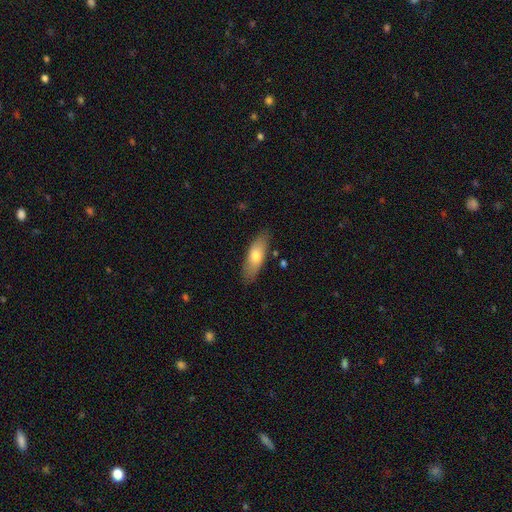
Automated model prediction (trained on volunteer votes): Q: Smooth or featured?
A: smooth (71%); runner-up: featured or disk (23%)
Q: How rounded?
A: in between (69%); runner-up: cigar-shaped (29%)
Q: Merging?
A: none (84%); runner-up: minor disturbance (12%)